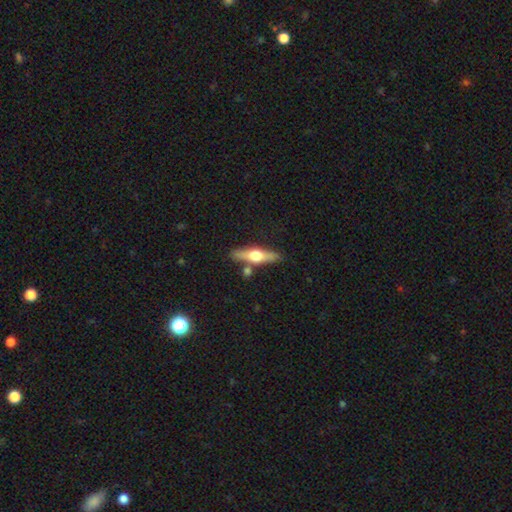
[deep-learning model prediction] Overall: featured or disk (58%; smooth 37%). Edge-on disk: yes (93%). Edge-on bulge: rounded (94%). Merging: none (79%).